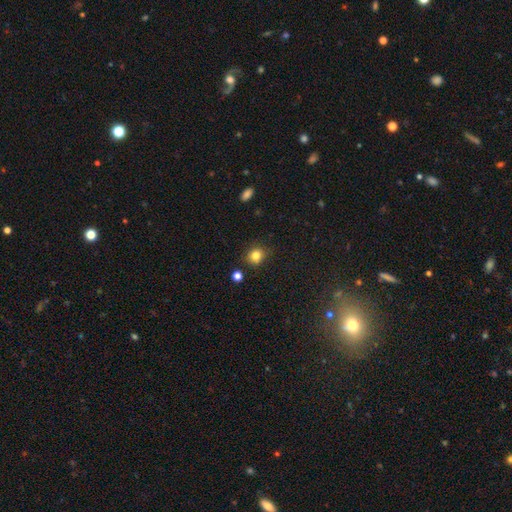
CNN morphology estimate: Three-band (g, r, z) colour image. It shows a smooth galaxy with no disk features (82%) that is round (80%). Merging: none (82%).